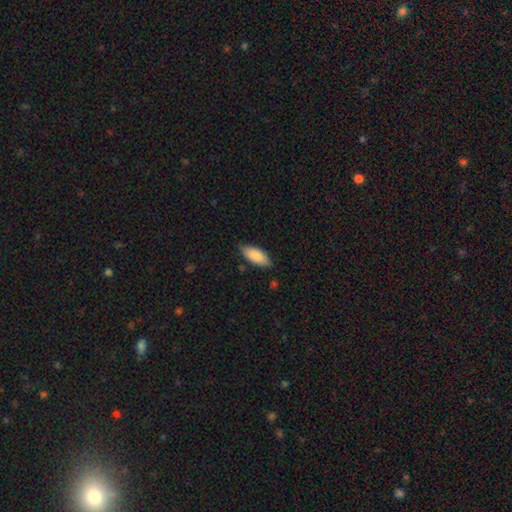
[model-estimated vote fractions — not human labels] smooth 86%, featured or disk 8%, star or artifact 6%. Down the decision tree: how rounded — in between (88%); merging — none (80%).